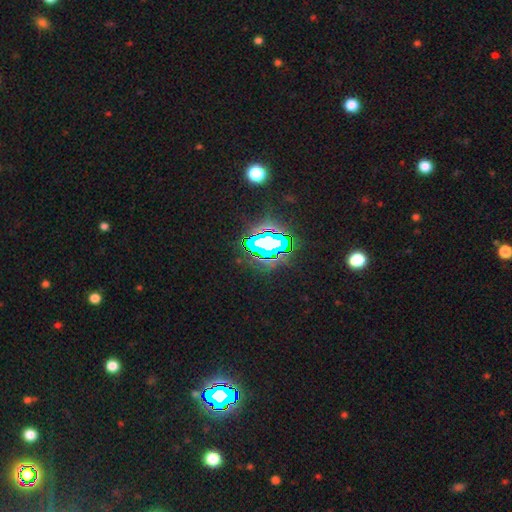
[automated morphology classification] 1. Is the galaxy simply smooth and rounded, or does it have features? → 81% star or artifact, 12% smooth, 7% featured or disk.